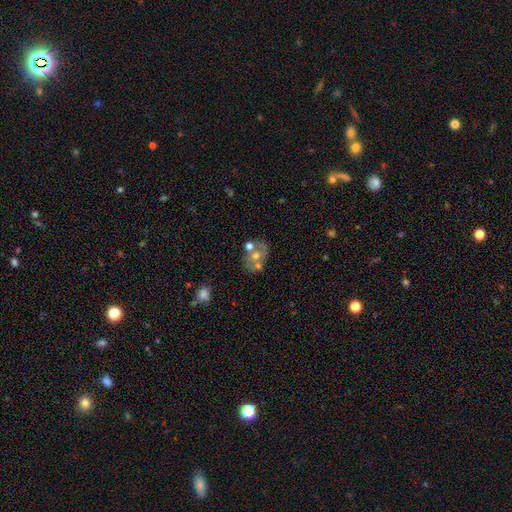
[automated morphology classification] type=smooth (46%); merging=none (47%).